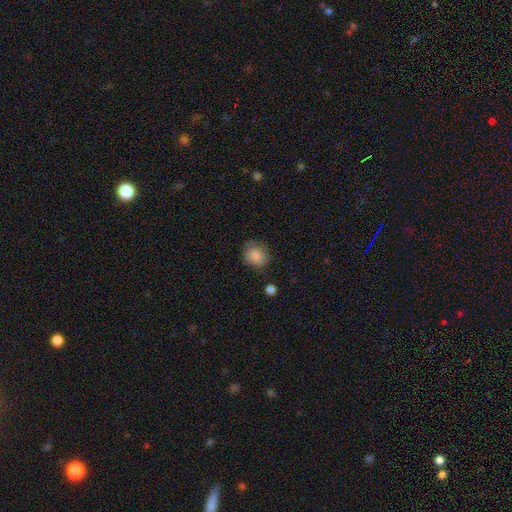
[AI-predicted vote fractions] This is clearly a smooth galaxy (86%). How rounded: likely round (67%). Merging: likely none (70%).